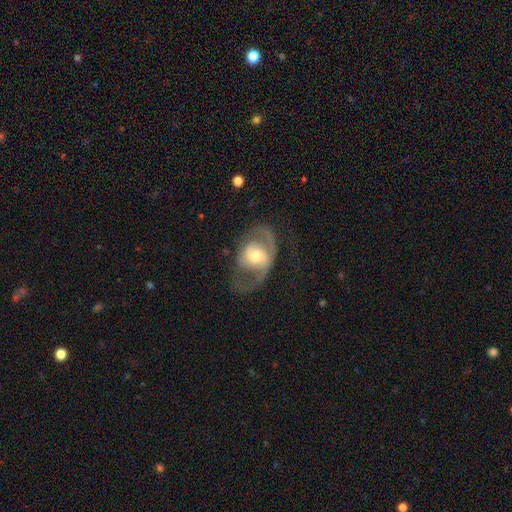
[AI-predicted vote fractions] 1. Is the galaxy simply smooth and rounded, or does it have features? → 69% featured or disk, 25% smooth, 6% star or artifact.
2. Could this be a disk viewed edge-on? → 95% no, 5% yes.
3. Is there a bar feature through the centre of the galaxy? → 61% no, 29% weak, 10% strong.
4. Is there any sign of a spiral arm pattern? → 71% yes, 29% no.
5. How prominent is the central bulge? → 59% moderate, 24% small, 14% large, 2% dominant, 2% none.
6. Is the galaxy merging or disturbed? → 48% none, 31% major disturbance, 19% minor disturbance, 2% merger.